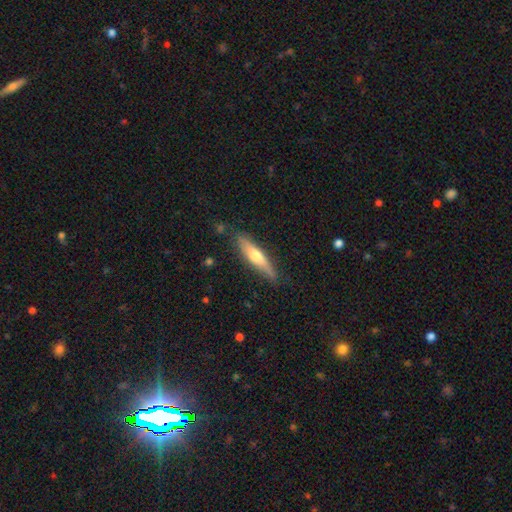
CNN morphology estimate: This appears to be a smooth galaxy with no disk features (50%). Merging: none (81%).